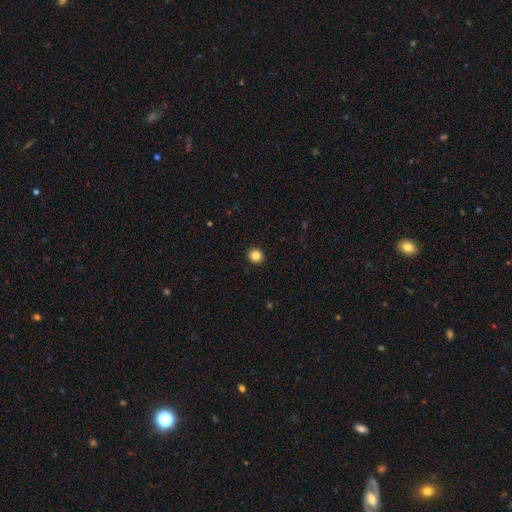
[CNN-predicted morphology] This appears to be a smooth galaxy with no disk features (85%) that is round (90%). Merging: none (93%).